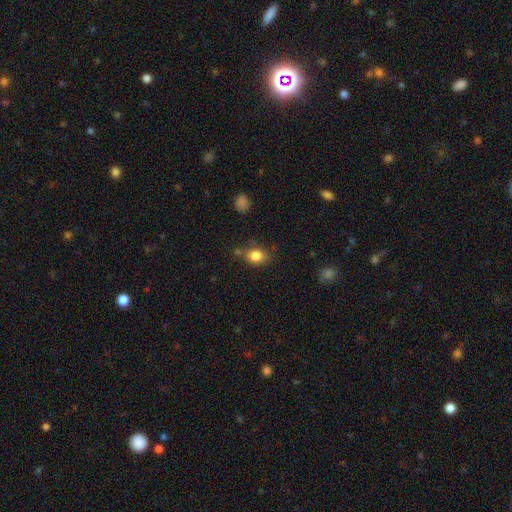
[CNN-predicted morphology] smooth-or-featured: smooth: 83% | star or artifact: 10% | featured or disk: 7%
  how-rounded: in between: 55% | round: 44% | cigar-shaped: 1%
  merging: none: 71% | minor disturbance: 18% | merger: 6% | major disturbance: 5%